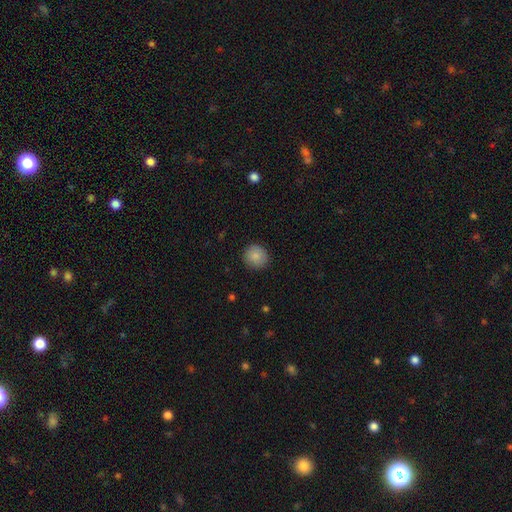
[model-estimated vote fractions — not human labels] A smooth galaxy with no disk features (86%) that is round (91%). Merging: none (90%).